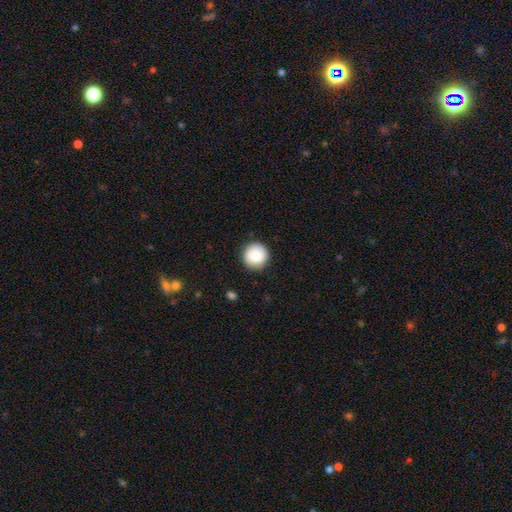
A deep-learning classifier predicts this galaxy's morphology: A smooth galaxy with no disk features (85%) that is round (95%). Merging: none (91%).